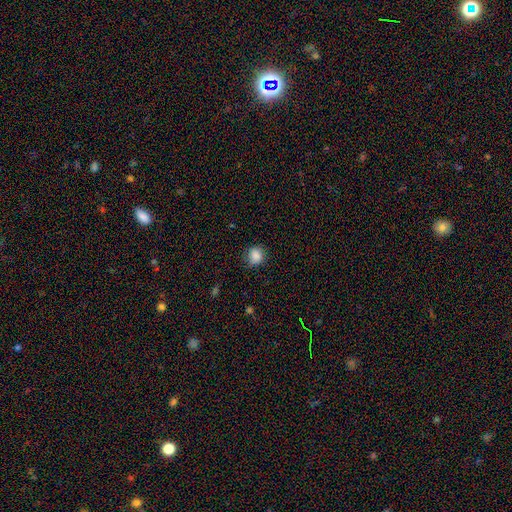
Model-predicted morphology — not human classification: The model was most divided on "how rounded": round: 75%, in between: 24%, cigar-shaped: 1%. More confident: smooth or featured — smooth (85%); merging — none (74%).